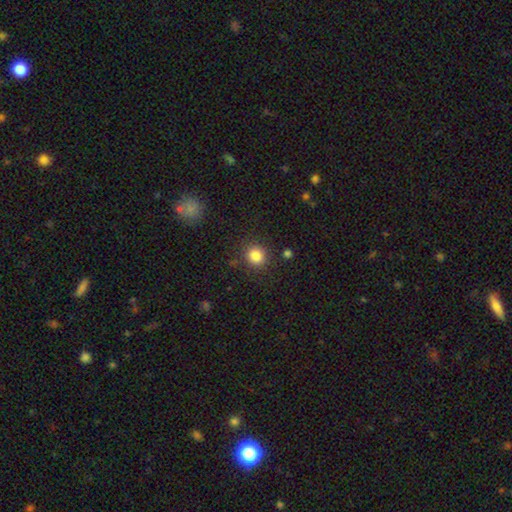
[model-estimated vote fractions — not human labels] Smooth or featured?
  - smooth: 84% *
  - star or artifact: 11%
  - featured or disk: 5%
How rounded?
  - round: 85% *
  - in between: 14%
  - cigar-shaped: 1%
Merging?
  - none: 86% *
  - minor disturbance: 9%
  - major disturbance: 3%
  - merger: 2%